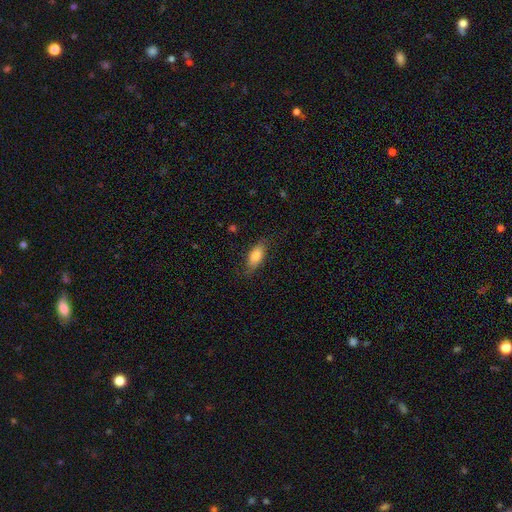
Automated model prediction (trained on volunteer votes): Morphology: type=smooth (77%); roundness=in between (80%); merging=none (76%).